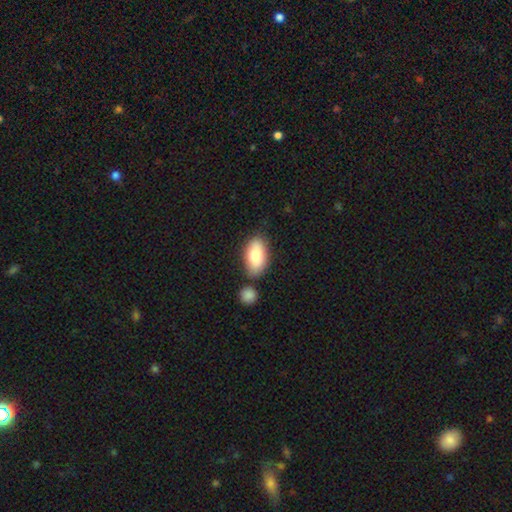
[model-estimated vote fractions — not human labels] smooth_or_featured: smooth (p=0.84) [alt: featured or disk p=0.10]
how_rounded: in between (p=0.93) [alt: cigar-shaped p=0.04]
merging: none (p=0.69) [alt: minor disturbance p=0.14]